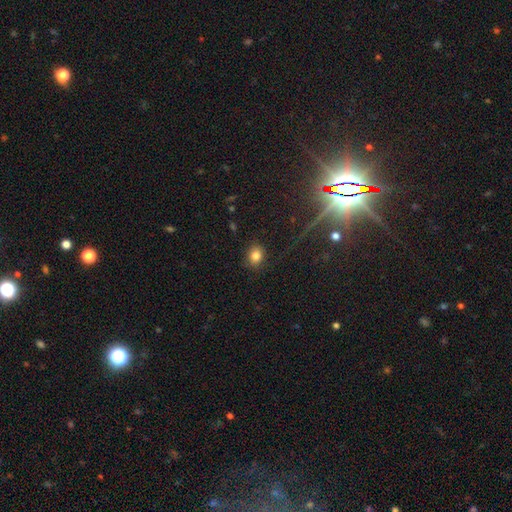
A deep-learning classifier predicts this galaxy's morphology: smooth-or-featured: smooth: 81% | star or artifact: 12% | featured or disk: 7%
  how-rounded: round: 60% | in between: 39% | cigar-shaped: 1%
  merging: none: 85% | minor disturbance: 11% | major disturbance: 3% | merger: 1%